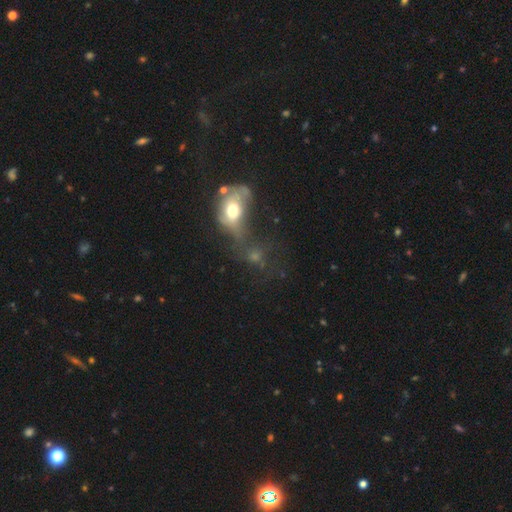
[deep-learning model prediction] Smooth or featured? Predicted: smooth (p=0.47). Merging? Predicted: major disturbance (p=0.33).